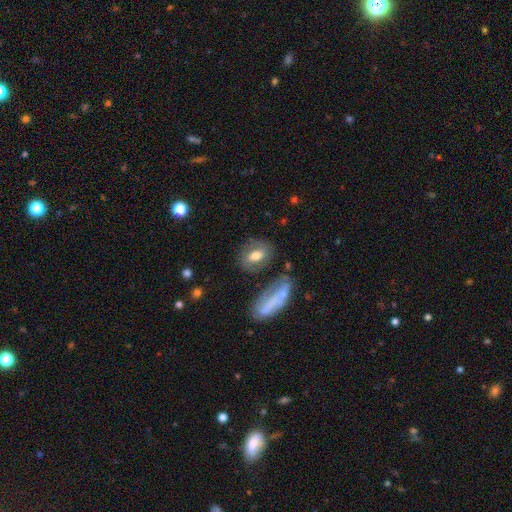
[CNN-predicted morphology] smooth-or-featured: smooth: 59% | featured or disk: 33% | star or artifact: 8%
  how-rounded: in between: 70% | round: 26% | cigar-shaped: 4%
  merging: none: 71% | minor disturbance: 15% | major disturbance: 7% | merger: 7%